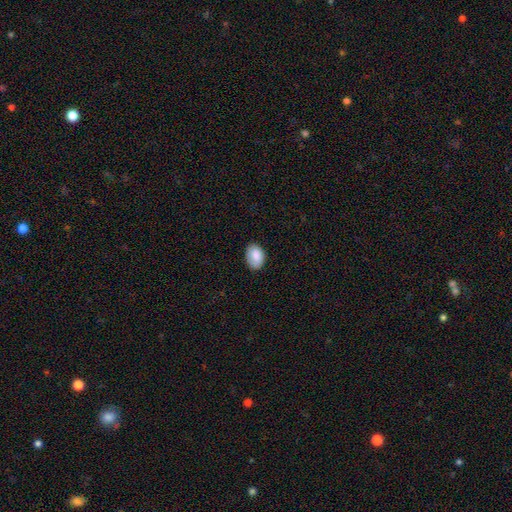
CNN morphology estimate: Smooth or featured? Predicted: smooth (p=0.86). How rounded? Predicted: in between (p=0.84). Merging? Predicted: none (p=0.78).